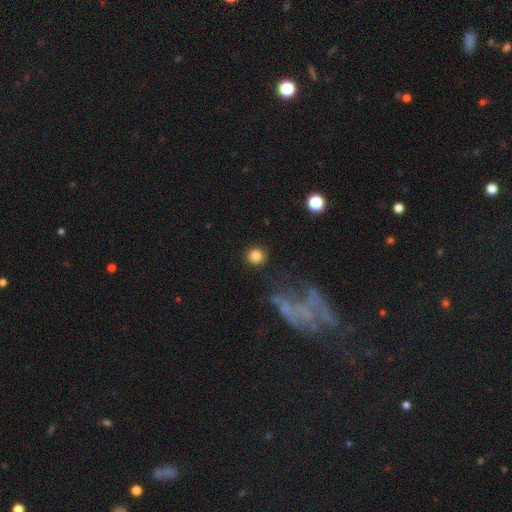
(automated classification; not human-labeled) smooth_or_featured: smooth (p=0.82) [alt: star or artifact p=0.10]
how_rounded: round (p=0.93) [alt: in between p=0.06]
merging: none (p=0.86) [alt: minor disturbance p=0.07]